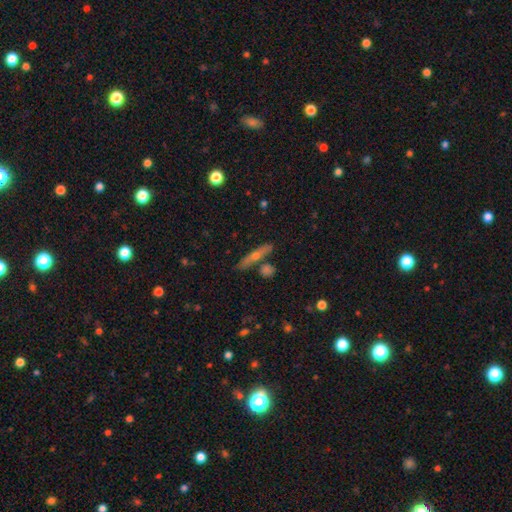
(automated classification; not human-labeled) This is possibly a featured or disk galaxy (49%). Merging: likely none (77%).